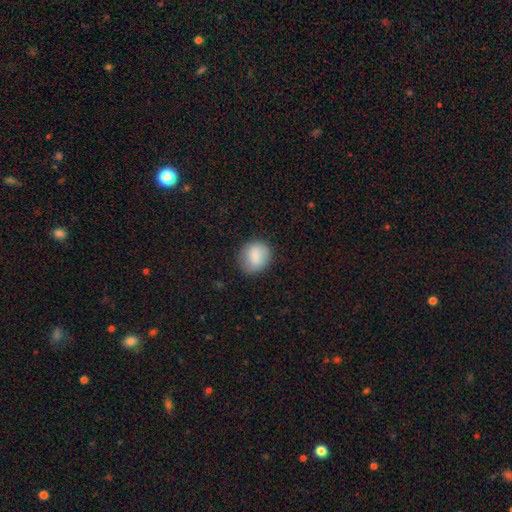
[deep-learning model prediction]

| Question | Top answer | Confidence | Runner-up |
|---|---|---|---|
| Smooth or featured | smooth | 86% | star or artifact (7%) |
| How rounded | round | 74% | in between (25%) |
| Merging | none | 82% | minor disturbance (13%) |